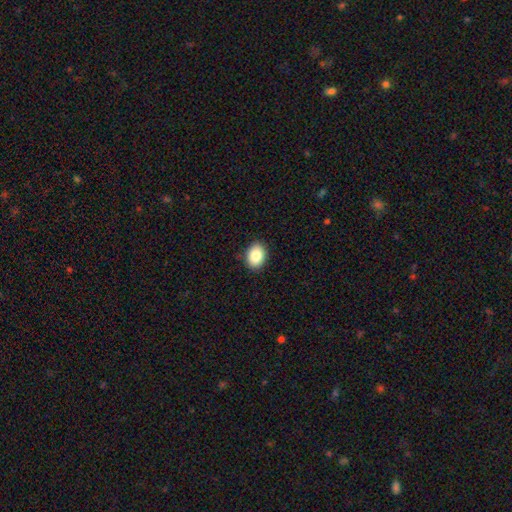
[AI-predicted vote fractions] A smooth galaxy with no disk features (85%) that is in between round and cigar-shaped (73%).

Vote fractions:
- Smooth or featured? smooth: 85% / star or artifact: 8% / featured or disk: 7%
- How rounded? in between: 73% / round: 26% / cigar-shaped: 1%
- Merging? none: 89% / minor disturbance: 8% / major disturbance: 2% / merger: 1%